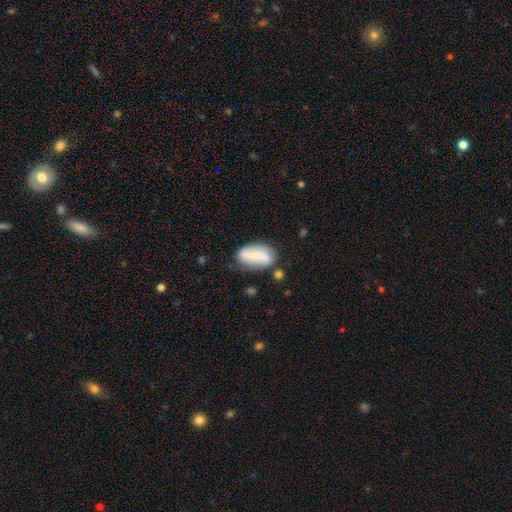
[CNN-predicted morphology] Smooth or featured? Predicted: smooth (p=0.49). Merging? Predicted: none (p=0.66).